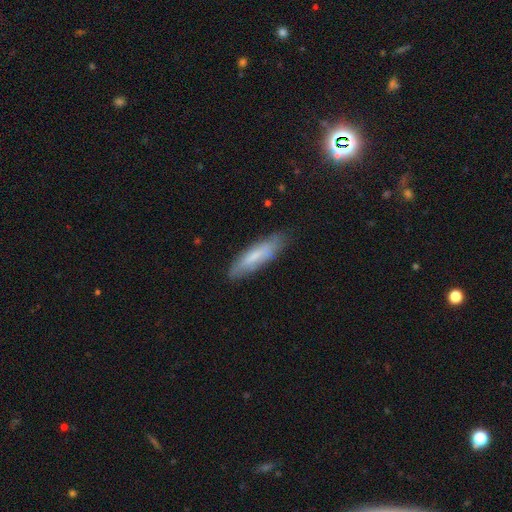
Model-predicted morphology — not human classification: This appears to be a smooth galaxy with no disk features (66%) that is cigar-shaped (69%). Merging: none (78%).